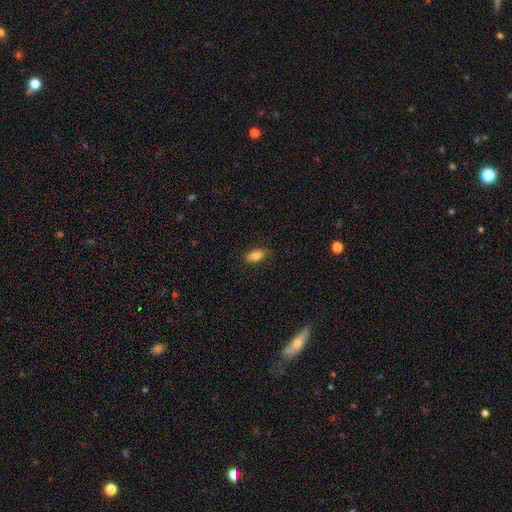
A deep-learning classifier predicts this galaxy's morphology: Smooth or featured? smooth (83%)
How rounded? in between (86%)
Merging? none (87%)